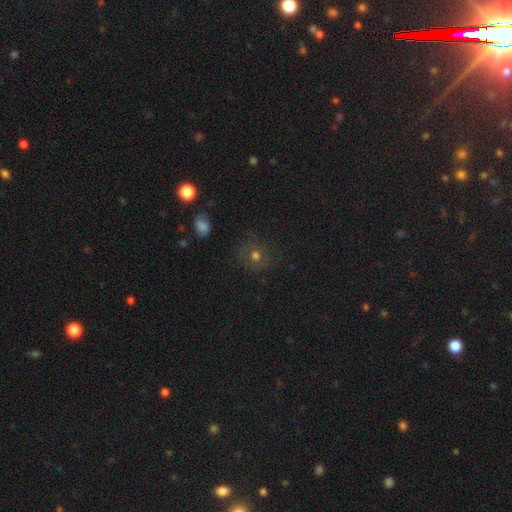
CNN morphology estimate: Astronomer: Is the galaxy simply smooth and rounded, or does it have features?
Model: smooth — 53%.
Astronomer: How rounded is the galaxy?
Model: round — 84%.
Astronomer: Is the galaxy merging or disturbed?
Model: none — 78%.